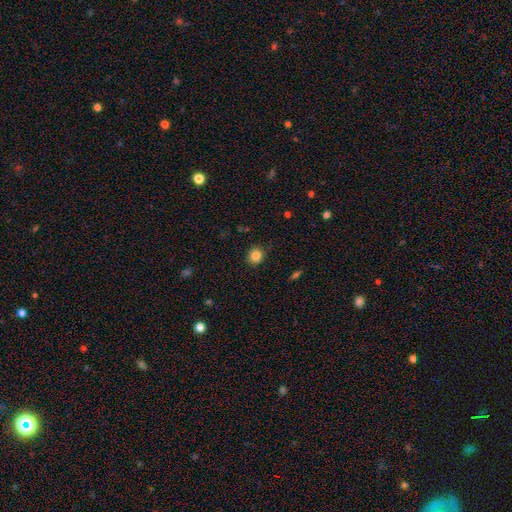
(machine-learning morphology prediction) This appears to be a smooth galaxy with no disk features (84%) that is round (82%). Merging: none (88%).